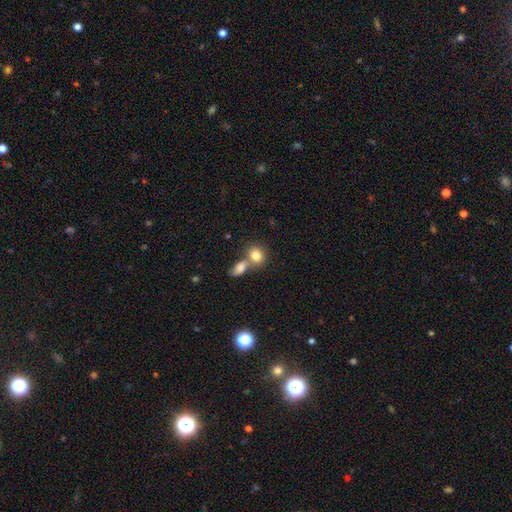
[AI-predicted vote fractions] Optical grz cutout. It shows a smooth galaxy with no disk features (82%) that is round (60%). Merging: merger (50%).